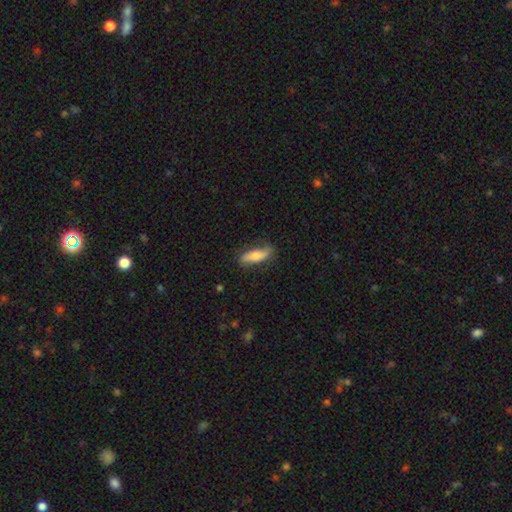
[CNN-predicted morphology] Smooth or featured?
  - smooth: 61% *
  - featured or disk: 33%
  - star or artifact: 6%
How rounded?
  - cigar-shaped: 55% *
  - in between: 42%
  - round: 3%
Merging?
  - none: 77% *
  - minor disturbance: 18%
  - major disturbance: 4%
  - merger: 1%